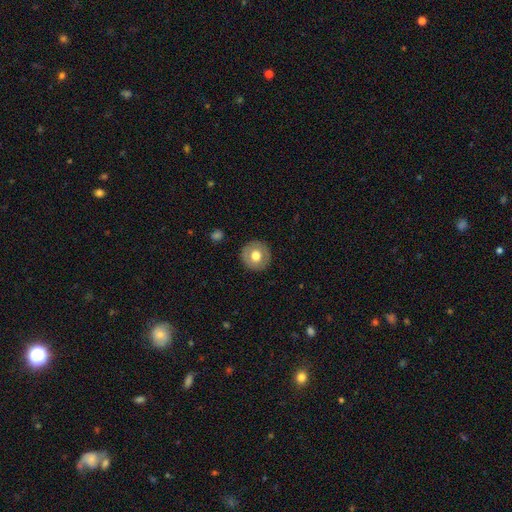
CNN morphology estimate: Overall: smooth (65%; featured or disk 27%). How rounded: round (93%). Merging: none (90%).